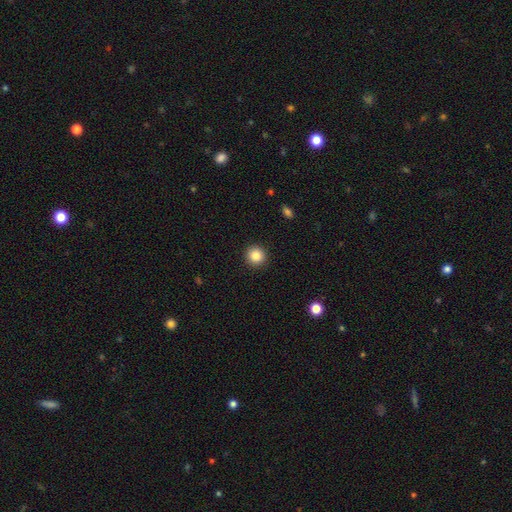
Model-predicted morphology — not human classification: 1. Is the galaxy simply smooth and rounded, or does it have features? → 86% smooth, 10% star or artifact, 5% featured or disk.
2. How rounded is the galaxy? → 95% round, 4% in between, 1% cigar-shaped.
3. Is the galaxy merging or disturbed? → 92% none, 5% minor disturbance, 2% major disturbance, 1% merger.